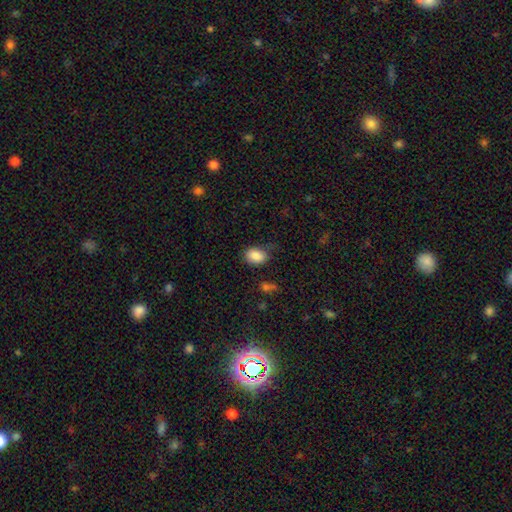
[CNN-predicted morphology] Q: Smooth or featured?
A: smooth (86%); runner-up: star or artifact (8%)
Q: How rounded?
A: in between (77%); runner-up: round (22%)
Q: Merging?
A: none (65%); runner-up: minor disturbance (25%)